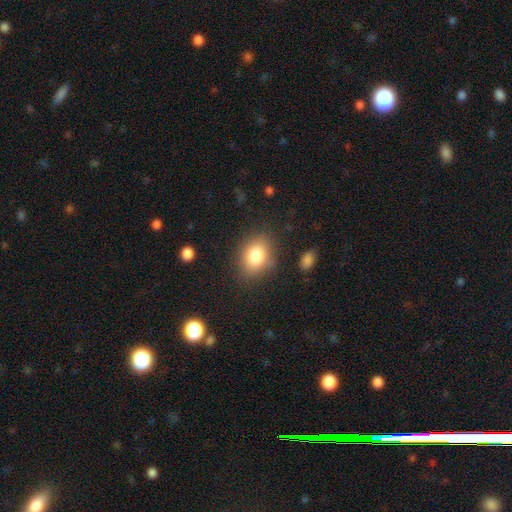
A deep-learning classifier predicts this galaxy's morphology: The model was most divided on "how rounded": in between: 70%, round: 28%, cigar-shaped: 1%. More confident: smooth or featured — smooth (82%); merging — none (80%).